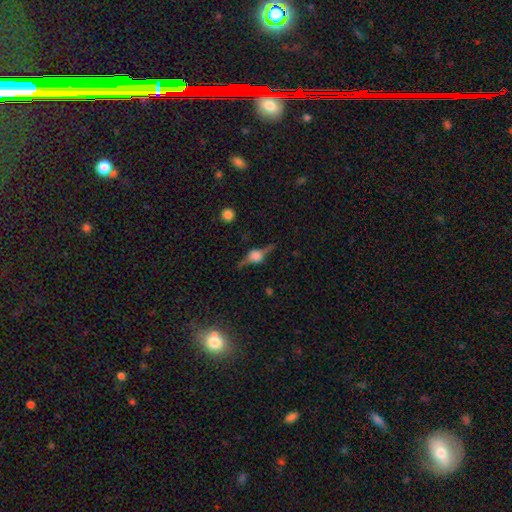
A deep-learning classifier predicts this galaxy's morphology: A featured or disk galaxy (78%) viewed edge-on (96%) with a rounded central bulge (89%).

Vote fractions:
- Smooth or featured? featured or disk: 78% / smooth: 13% / star or artifact: 10%
- Edge-on disk? yes: 96% / no: 4%
- Edge-on bulge? rounded: 89% / boxy: 9% / none: 1%
- Merging? none: 80% / minor disturbance: 14% / major disturbance: 5% / merger: 2%